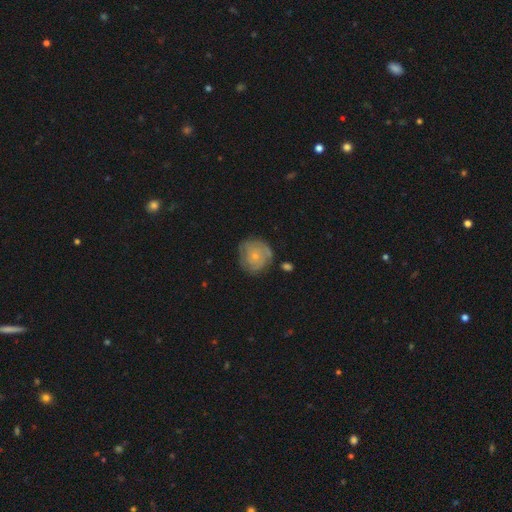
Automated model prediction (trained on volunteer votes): This appears to be a featured or disk galaxy (62%) with no bar (84%), tight (68%) spiral arms (83%) and a small central bulge (78%). Merging: none (69%).